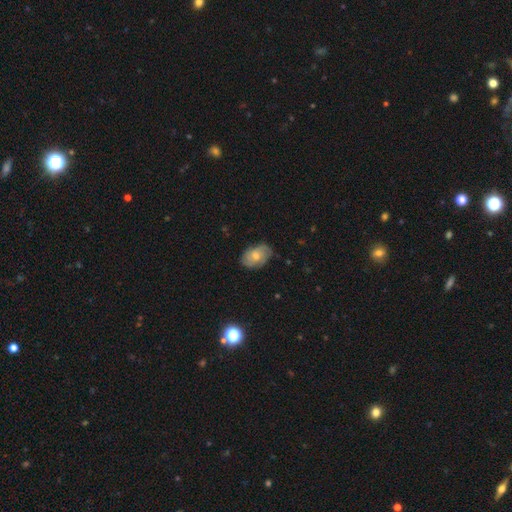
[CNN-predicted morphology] smooth-or-featured: smooth: 48% | featured or disk: 45% | star or artifact: 8%
  merging: none: 69% | minor disturbance: 24% | major disturbance: 5% | merger: 1%